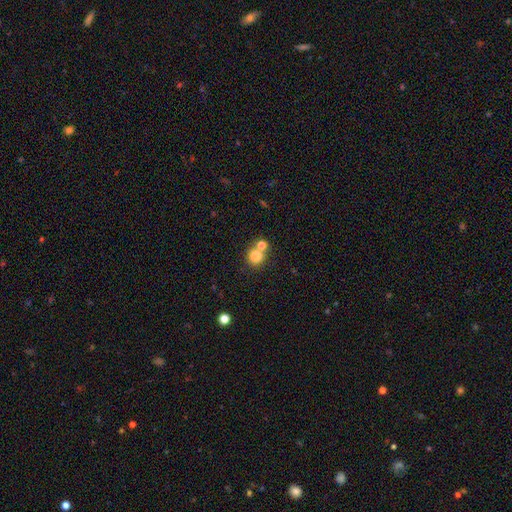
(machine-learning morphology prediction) Smooth or featured?
  - smooth: 80% *
  - star or artifact: 12%
  - featured or disk: 8%
How rounded?
  - round: 86% *
  - in between: 13%
  - cigar-shaped: 1%
Merging?
  - none: 56% *
  - merger: 33%
  - minor disturbance: 8%
  - major disturbance: 3%